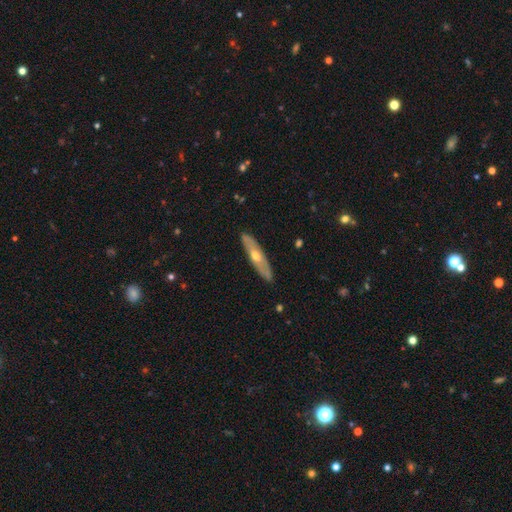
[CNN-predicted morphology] The model was most divided on "smooth or featured": featured or disk: 59%, smooth: 35%, star or artifact: 6%. More confident: merging — none (88%); edge-on disk — yes (66%).